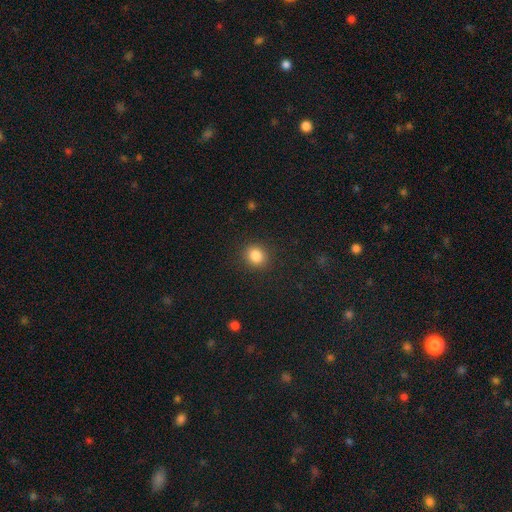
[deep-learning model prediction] The model was most divided on "how rounded": round: 78%, in between: 21%, cigar-shaped: 1%. More confident: merging — none (90%); smooth or featured — smooth (85%).